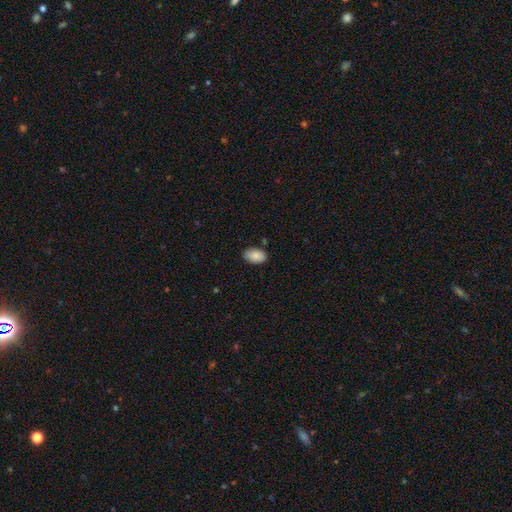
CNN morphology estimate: A smooth galaxy with no disk features (88%) that is in between round and cigar-shaped (92%). Merging: none (85%).